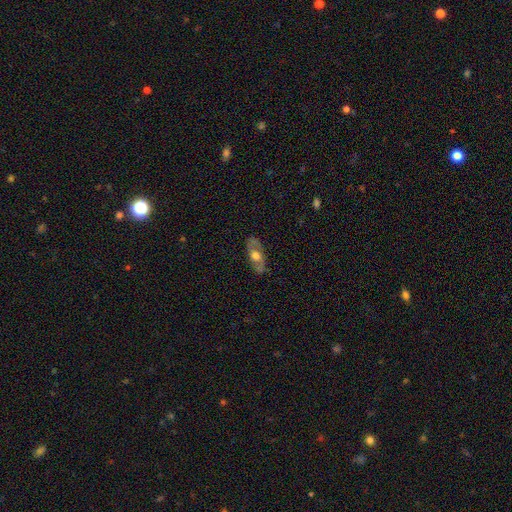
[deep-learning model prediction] The model was most divided on "smooth or featured": featured or disk: 52%, smooth: 42%, star or artifact: 6%. More confident: merging — none (80%); edge-on disk — no (75%).